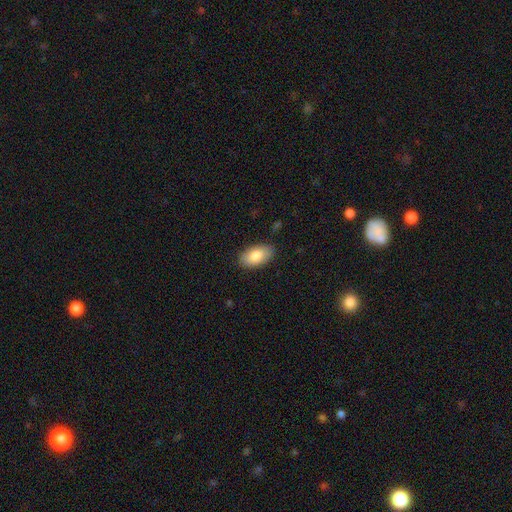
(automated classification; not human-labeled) Overall: smooth (84%). How rounded: in between (95%). Merging: none (86%).